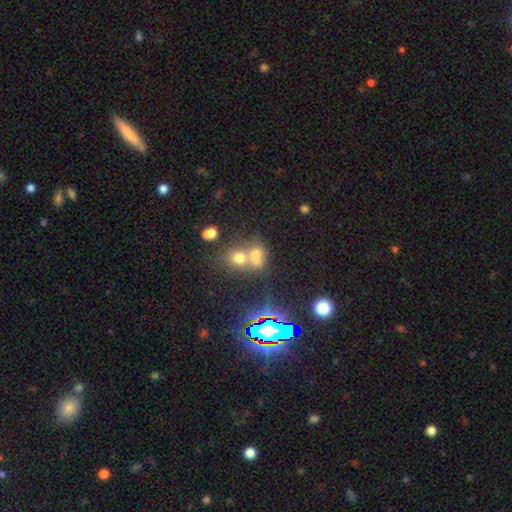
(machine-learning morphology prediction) This is possibly a smooth galaxy (58%). How rounded: possibly round (54%). Merging: possibly merger (59%).